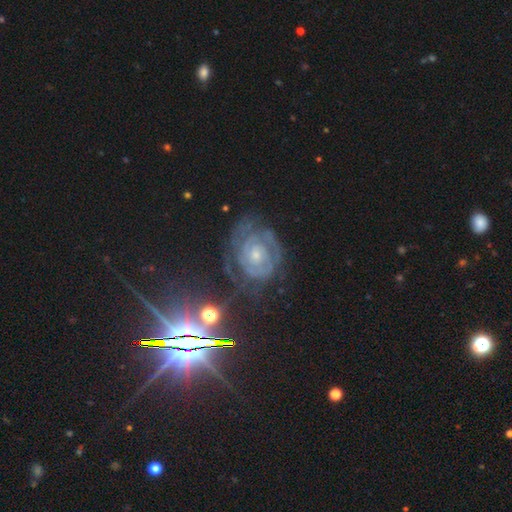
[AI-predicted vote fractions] Smooth or featured?
  - featured or disk: 74% *
  - star or artifact: 16%
  - smooth: 10%
Edge-on disk?
  - no: 96% *
  - yes: 4%
Bar?
  - no: 76% *
  - weak: 19%
  - strong: 6%
Spiral arms?
  - yes: 88% *
  - no: 12%
Spiral winding?
  - tight: 74% *
  - medium: 20%
  - loose: 5%
Spiral arm count?
  - can't tell: 45% *
  - 2: 25%
  - 3: 13%
  - 4: 6%
  - 1: 6%
  - more than 4: 5%
Bulge size?
  - small: 66% *
  - moderate: 28%
  - none: 3%
  - large: 2%
  - dominant: 1%
Merging?
  - none: 69% *
  - minor disturbance: 19%
  - major disturbance: 10%
  - merger: 2%